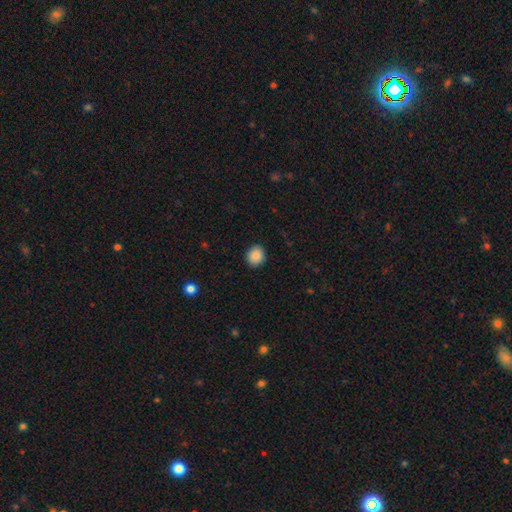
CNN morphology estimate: A smooth galaxy with no disk features (88%) that is round (77%). Merging: none (91%).